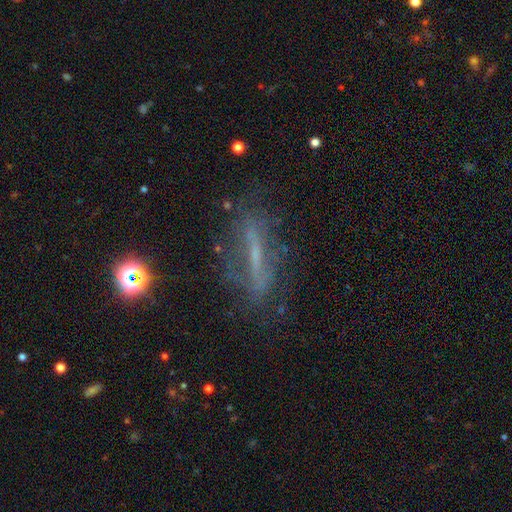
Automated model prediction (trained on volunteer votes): Smooth or featured: featured or disk — 58% (smooth — 25%)
Edge-on disk: yes — 58% (no — 42%)
Merging: none — 70% (minor disturbance — 18%)